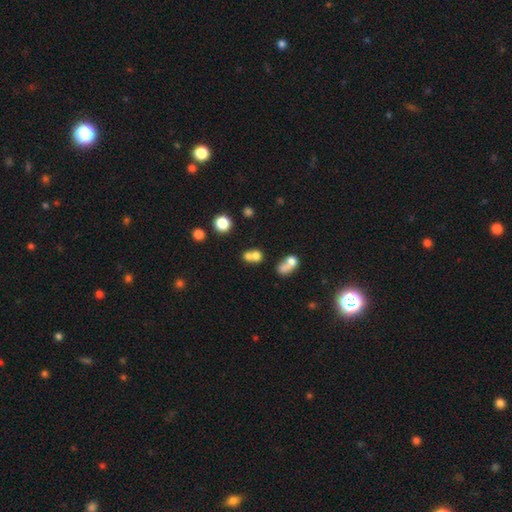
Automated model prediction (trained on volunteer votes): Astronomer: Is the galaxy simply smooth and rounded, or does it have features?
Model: smooth — 69%.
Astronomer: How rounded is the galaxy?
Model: round — 69%.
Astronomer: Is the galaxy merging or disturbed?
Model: merger — 57%.